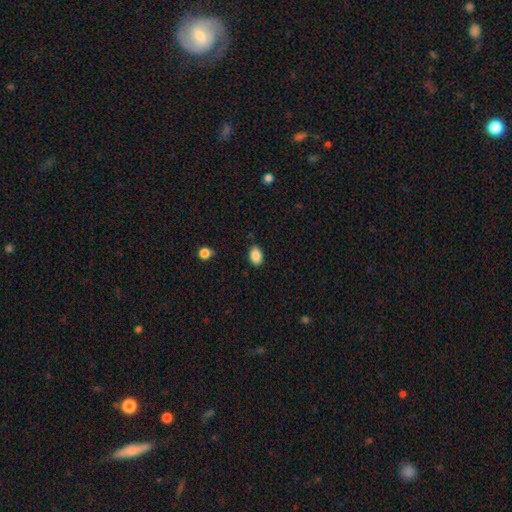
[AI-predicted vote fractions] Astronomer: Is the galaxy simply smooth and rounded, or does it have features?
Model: smooth — 88%.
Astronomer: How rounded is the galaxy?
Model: in between — 84%.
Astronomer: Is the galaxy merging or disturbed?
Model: none — 86%.